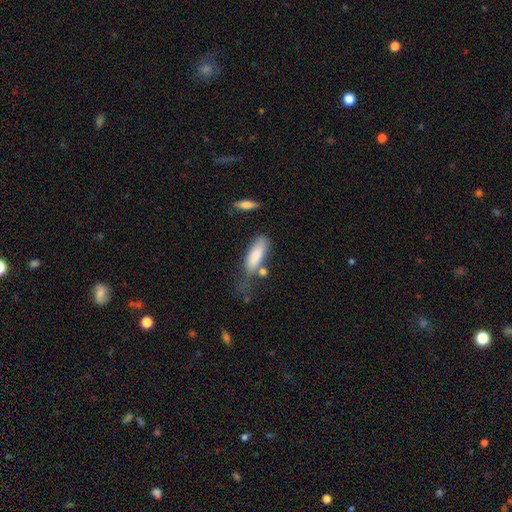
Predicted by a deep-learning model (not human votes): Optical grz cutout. It shows a smooth galaxy with no disk features (82%) that is in between round and cigar-shaped (63%). Merging: none (46%).